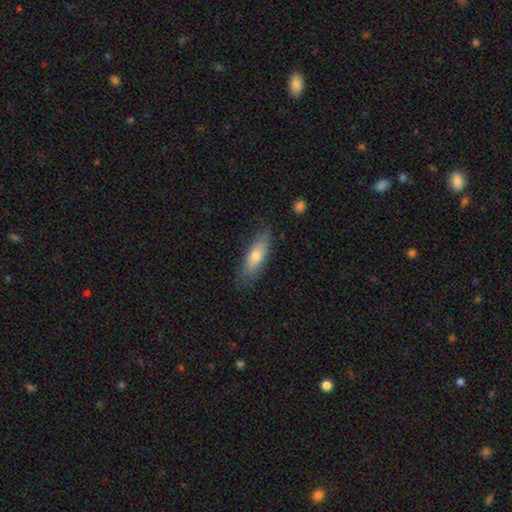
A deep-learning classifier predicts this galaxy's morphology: This appears to be a smooth galaxy with no disk features (69%) that is in between round and cigar-shaped (49%). Merging: none (78%).